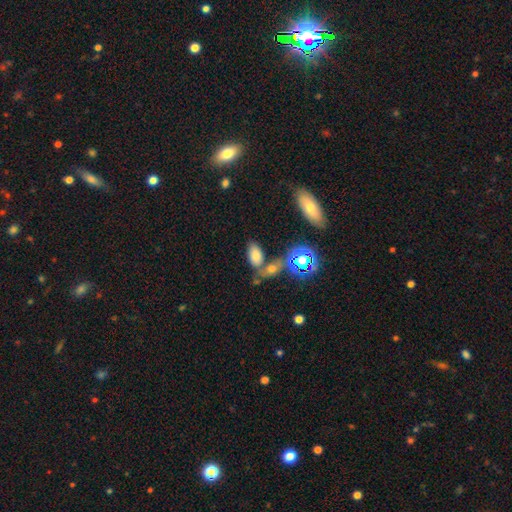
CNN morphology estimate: Smooth or featured?
  - smooth: 74% *
  - star or artifact: 16%
  - featured or disk: 10%
How rounded?
  - in between: 91% *
  - round: 6%
  - cigar-shaped: 3%
Merging?
  - none: 54% *
  - merger: 27%
  - minor disturbance: 13%
  - major disturbance: 6%